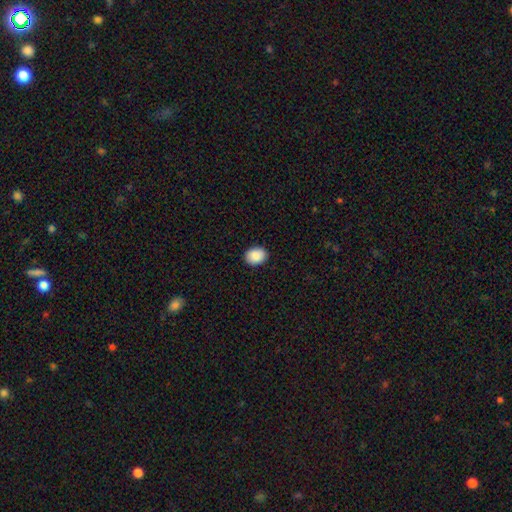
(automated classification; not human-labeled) smooth_or_featured: smooth (p=0.89) [alt: star or artifact p=0.07]
how_rounded: in between (p=0.59) [alt: round p=0.40]
merging: none (p=0.91) [alt: minor disturbance p=0.07]